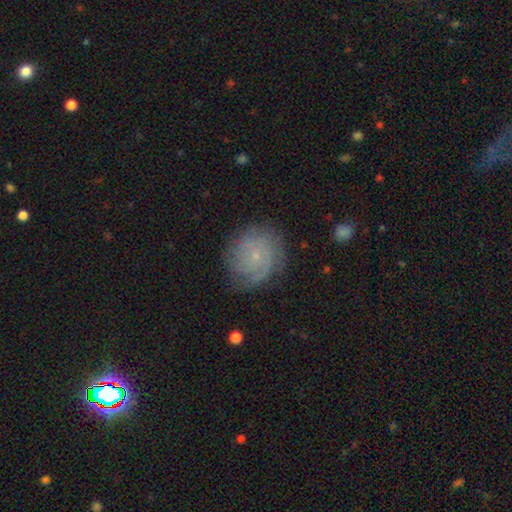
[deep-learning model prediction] Q: Smooth or featured?
A: featured or disk (58%); runner-up: smooth (32%)
Q: Edge-on disk?
A: no (97%); runner-up: yes (3%)
Q: Bar?
A: no (82%); runner-up: weak (15%)
Q: Spiral arms?
A: yes (86%); runner-up: no (14%)
Q: Bulge size?
A: small (84%); runner-up: moderate (9%)
Q: Merging?
A: none (72%); runner-up: minor disturbance (20%)